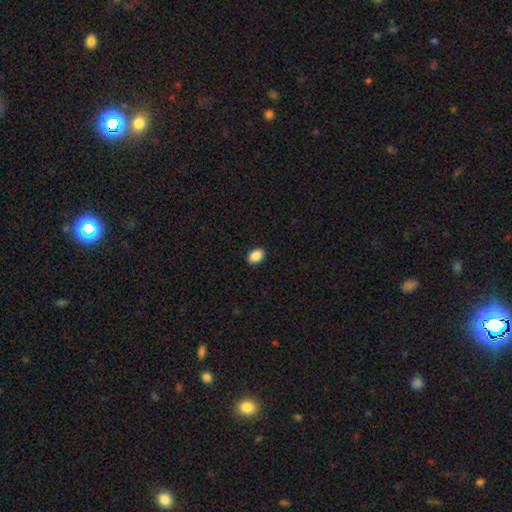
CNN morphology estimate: Smooth or featured? smooth (89%)
How rounded? in between (79%)
Merging? none (91%)